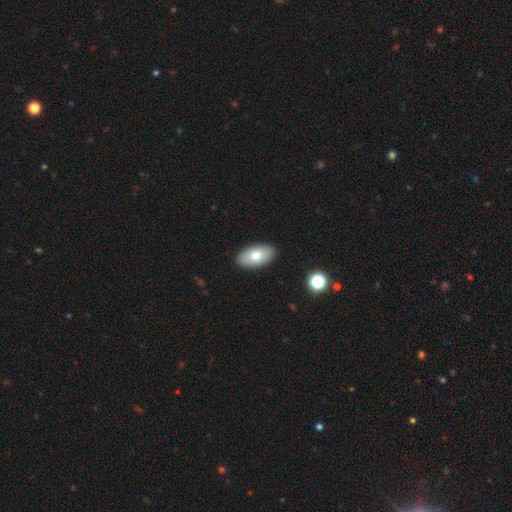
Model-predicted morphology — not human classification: Overall: smooth (76%). How rounded: in between (95%). Merging: none (90%).